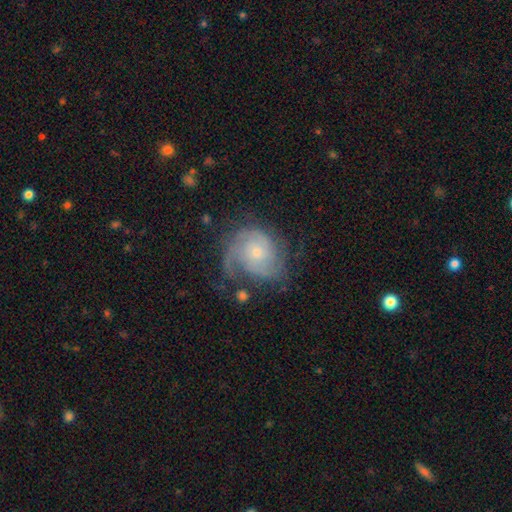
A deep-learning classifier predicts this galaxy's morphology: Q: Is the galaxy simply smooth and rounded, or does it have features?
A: featured or disk — 77%.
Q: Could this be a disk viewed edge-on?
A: no — 98%.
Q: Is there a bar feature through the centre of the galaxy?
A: no — 73%.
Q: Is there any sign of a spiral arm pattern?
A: yes — 95%.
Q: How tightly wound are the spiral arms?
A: tight — 55%.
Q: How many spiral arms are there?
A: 2 — 31%.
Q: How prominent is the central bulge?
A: small — 55%.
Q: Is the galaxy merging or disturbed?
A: none — 64%.